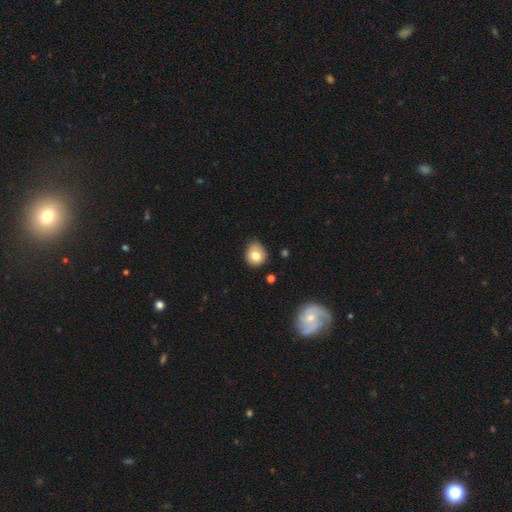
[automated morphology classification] This appears to be a smooth galaxy with no disk features (77%) that is round (78%). Merging: none (69%).